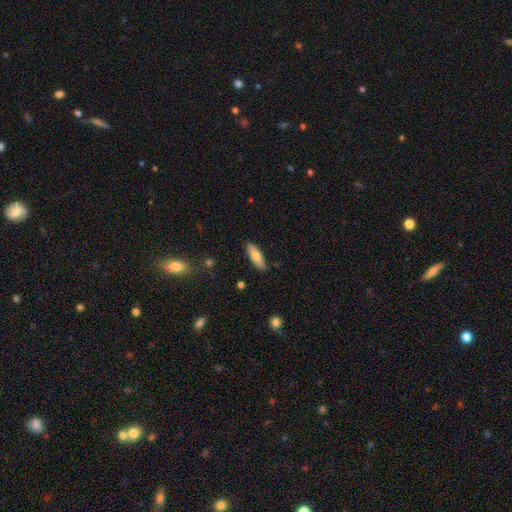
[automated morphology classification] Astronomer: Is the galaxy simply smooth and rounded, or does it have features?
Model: smooth — 72%.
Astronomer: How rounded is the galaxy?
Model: in between — 58% (runner-up: cigar-shaped, 40%).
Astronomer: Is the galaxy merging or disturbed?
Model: none — 87%.